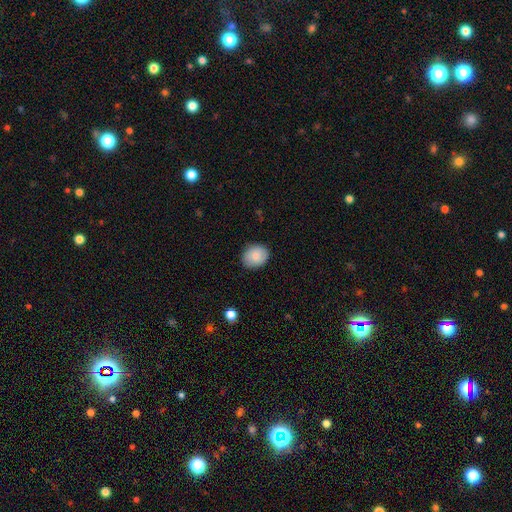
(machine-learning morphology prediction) Smooth or featured? smooth (84%)
How rounded? round (57%)
Merging? none (86%)